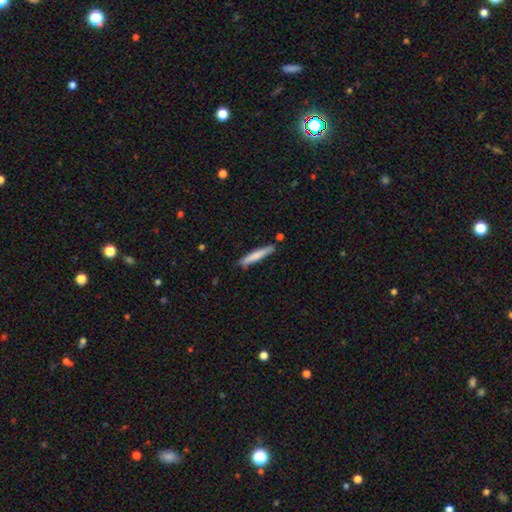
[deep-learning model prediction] Smooth or featured? Predicted: smooth (p=0.73). How rounded? Predicted: cigar-shaped (p=0.93). Merging? Predicted: none (p=0.81).